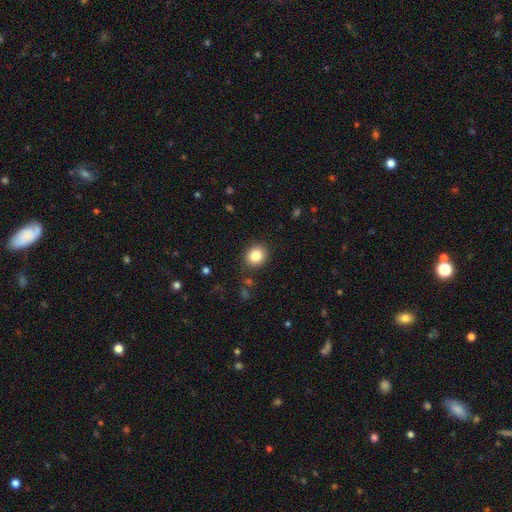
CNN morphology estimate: This is clearly a smooth galaxy (83%). How rounded: likely round (79%). Merging: clearly none (89%).